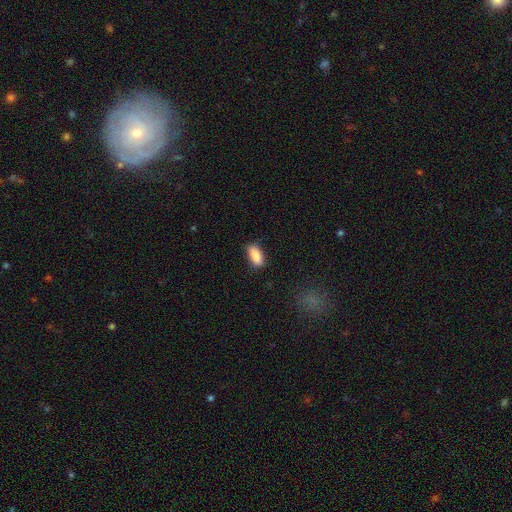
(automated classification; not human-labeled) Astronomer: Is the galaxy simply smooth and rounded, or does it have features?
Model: smooth — 88%.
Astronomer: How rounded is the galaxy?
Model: in between — 87%.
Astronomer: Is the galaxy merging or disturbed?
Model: none — 80%.